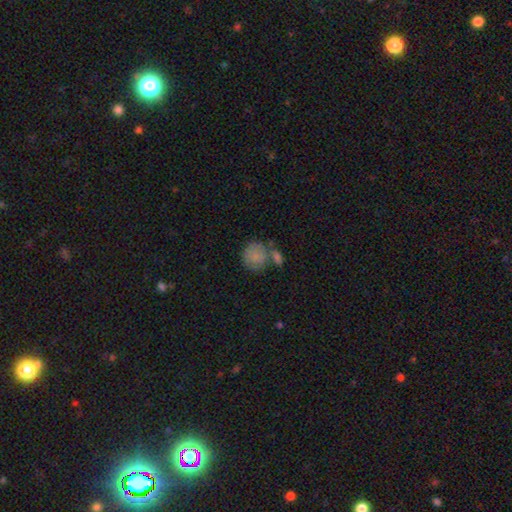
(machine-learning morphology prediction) Q: Smooth or featured?
A: smooth (79%); runner-up: featured or disk (13%)
Q: How rounded?
A: round (80%); runner-up: in between (19%)
Q: Merging?
A: none (47%); runner-up: merger (29%)